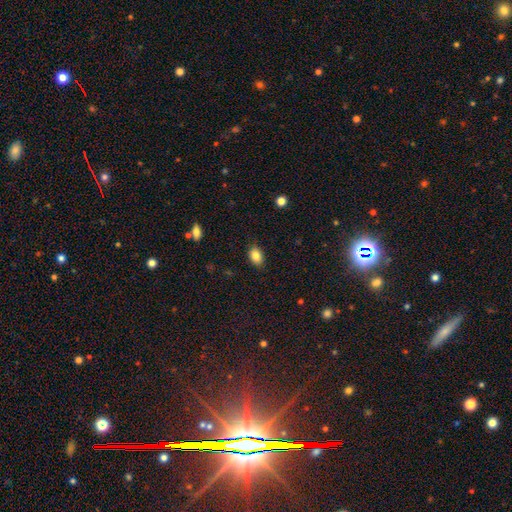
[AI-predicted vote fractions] A smooth galaxy with no disk features (84%) that is in between round and cigar-shaped (80%).

Vote fractions:
- Smooth or featured? smooth: 84% / star or artifact: 9% / featured or disk: 7%
- How rounded? in between: 80% / round: 18% / cigar-shaped: 1%
- Merging? none: 84% / minor disturbance: 13% / major disturbance: 2% / merger: 1%